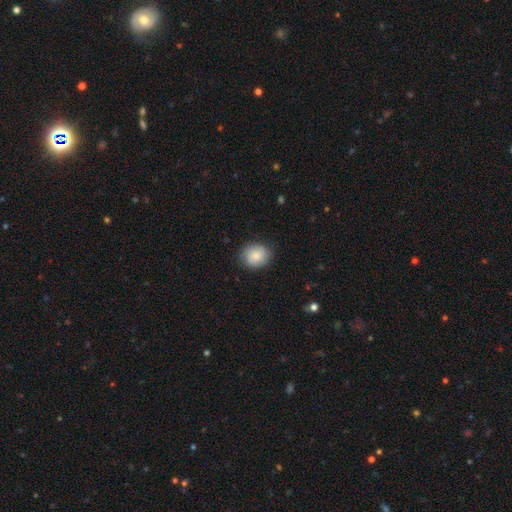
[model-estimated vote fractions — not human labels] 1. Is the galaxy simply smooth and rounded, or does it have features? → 85% smooth, 8% featured or disk, 7% star or artifact.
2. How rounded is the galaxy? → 62% round, 37% in between, 1% cigar-shaped.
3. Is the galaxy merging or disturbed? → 84% none, 12% minor disturbance, 3% major disturbance, 1% merger.